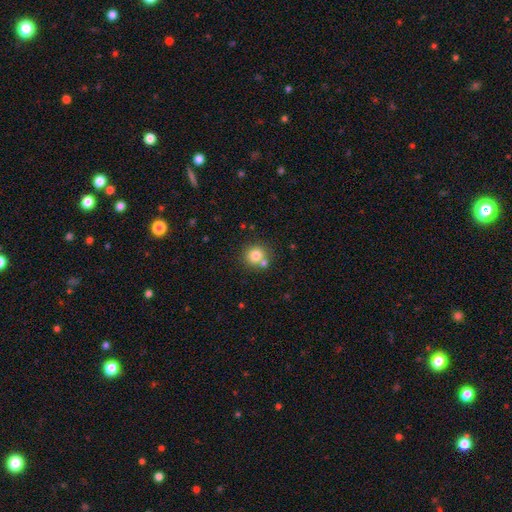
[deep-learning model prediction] This appears to be a smooth galaxy with no disk features (79%) that is round (90%). Merging: none (66%).